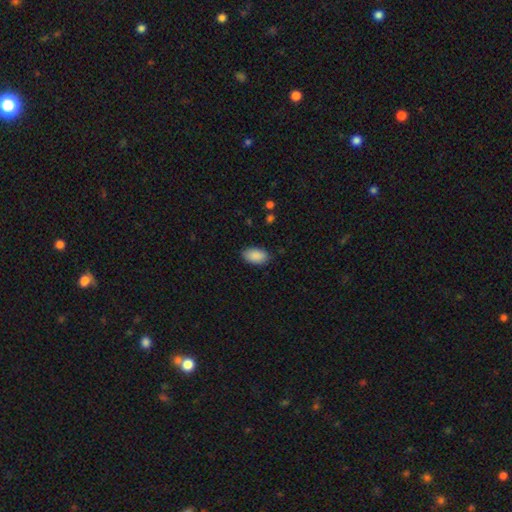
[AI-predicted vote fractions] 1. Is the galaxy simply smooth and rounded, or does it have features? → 90% smooth, 6% star or artifact, 4% featured or disk.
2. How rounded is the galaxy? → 95% in between, 3% round, 2% cigar-shaped.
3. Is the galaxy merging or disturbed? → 87% none, 10% minor disturbance, 2% major disturbance, 1% merger.